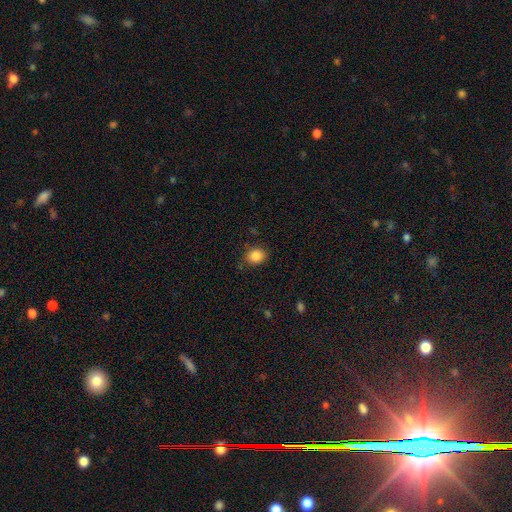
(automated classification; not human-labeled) smooth_or_featured: smooth (p=0.86) [alt: star or artifact p=0.10]
how_rounded: round (p=0.59) [alt: in between p=0.40]
merging: none (p=0.80) [alt: minor disturbance p=0.15]